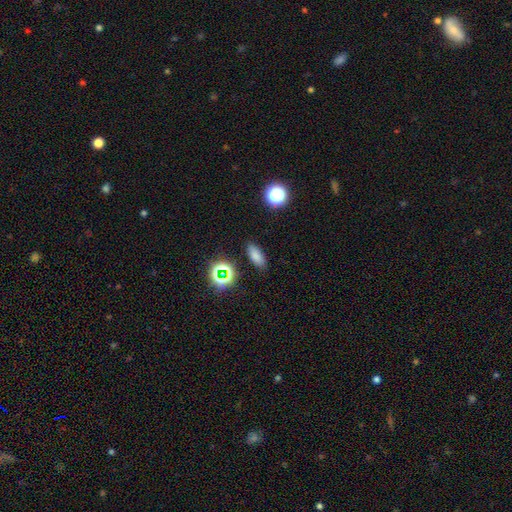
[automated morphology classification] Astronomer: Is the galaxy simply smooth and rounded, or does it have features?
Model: smooth — 75%.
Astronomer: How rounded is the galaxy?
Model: in between — 78%.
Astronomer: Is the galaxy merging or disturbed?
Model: none — 86%.